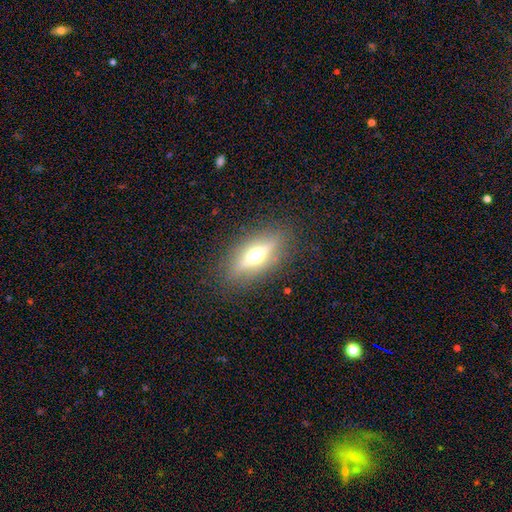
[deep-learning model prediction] The model was most divided on "smooth or featured": featured or disk: 62%, smooth: 28%, star or artifact: 9%. More confident: edge-on bulge — rounded (94%); merging — none (86%); edge-on disk — yes (86%).